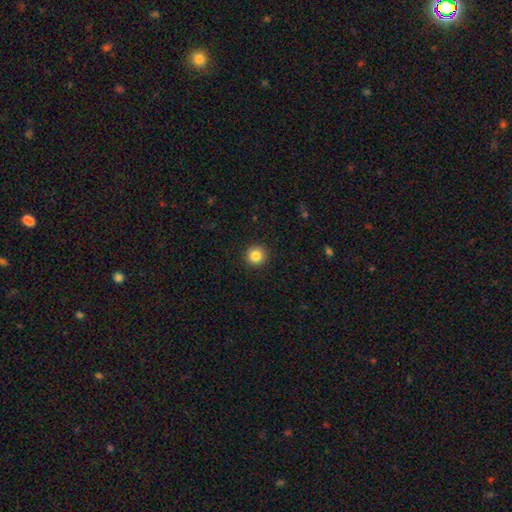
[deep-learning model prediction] Q: Smooth or featured?
A: smooth (85%); runner-up: star or artifact (10%)
Q: How rounded?
A: round (95%); runner-up: in between (4%)
Q: Merging?
A: none (92%); runner-up: minor disturbance (5%)